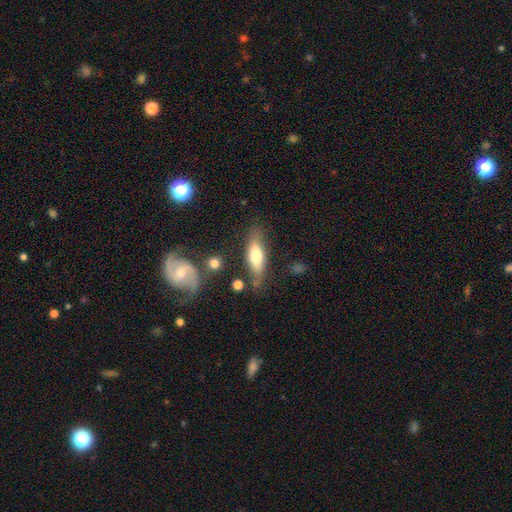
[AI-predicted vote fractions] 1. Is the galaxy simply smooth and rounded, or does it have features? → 60% smooth, 33% featured or disk, 7% star or artifact.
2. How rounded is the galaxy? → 55% in between, 43% cigar-shaped, 3% round.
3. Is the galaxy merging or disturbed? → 70% none, 19% minor disturbance, 6% major disturbance, 5% merger.